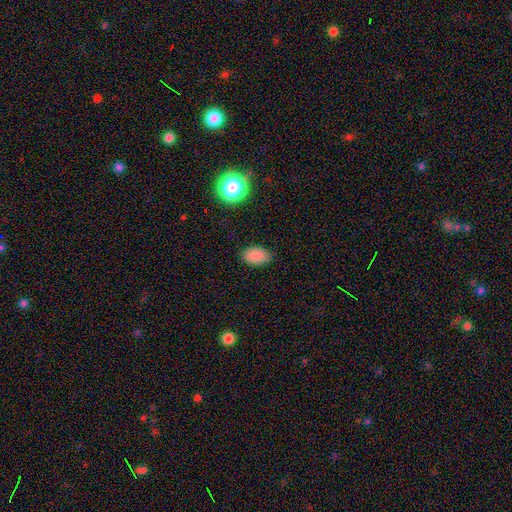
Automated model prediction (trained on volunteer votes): Morphology: type=smooth (85%); roundness=in between (89%); merging=none (86%).